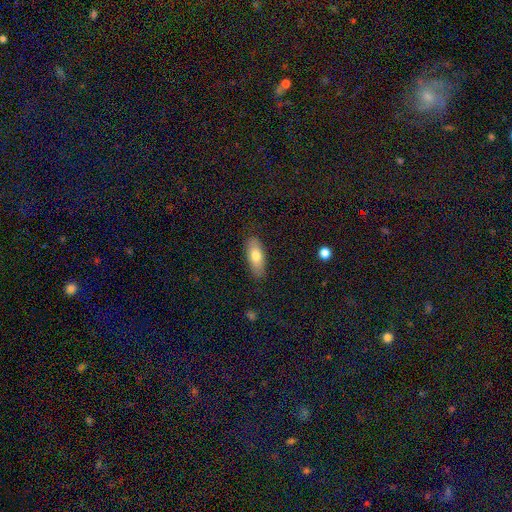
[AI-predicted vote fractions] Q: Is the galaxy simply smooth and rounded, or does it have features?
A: smooth — 74%.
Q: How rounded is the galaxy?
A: in between — 79%.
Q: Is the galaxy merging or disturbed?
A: none — 85%.